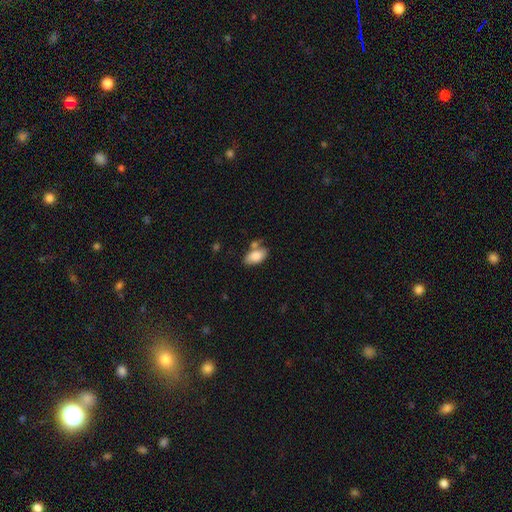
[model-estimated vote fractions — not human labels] smooth_or_featured: smooth (p=0.84) [alt: featured or disk p=0.09]
how_rounded: in between (p=0.93) [alt: round p=0.04]
merging: none (p=0.55) [alt: merger p=0.20]